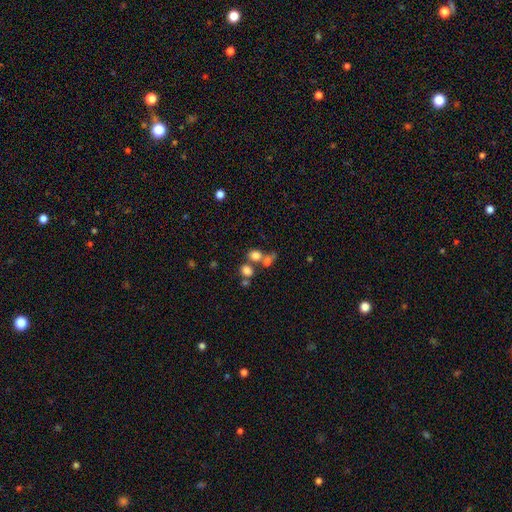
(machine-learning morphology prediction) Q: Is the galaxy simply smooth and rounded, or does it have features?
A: smooth — 75%.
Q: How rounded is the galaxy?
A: round — 56%.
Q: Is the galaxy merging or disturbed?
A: none — 43%.